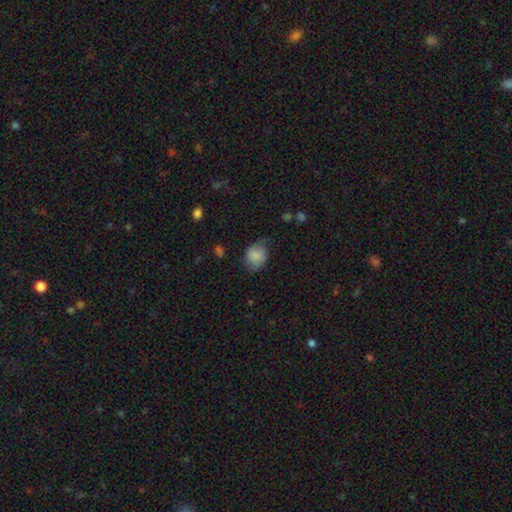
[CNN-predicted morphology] smooth_or_featured: smooth (p=0.77) [alt: featured or disk p=0.15]
how_rounded: round (p=0.51) [alt: in between p=0.48]
merging: none (p=0.53) [alt: minor disturbance p=0.34]